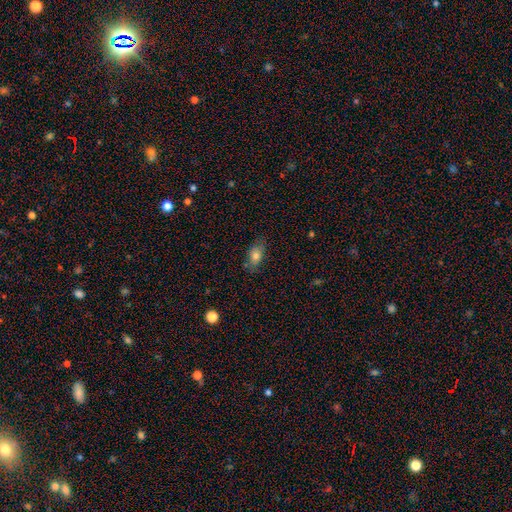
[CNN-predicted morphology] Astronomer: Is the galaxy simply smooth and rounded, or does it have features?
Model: smooth — 77%.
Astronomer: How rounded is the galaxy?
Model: in between — 83%.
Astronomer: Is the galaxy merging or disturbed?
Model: none — 75%.